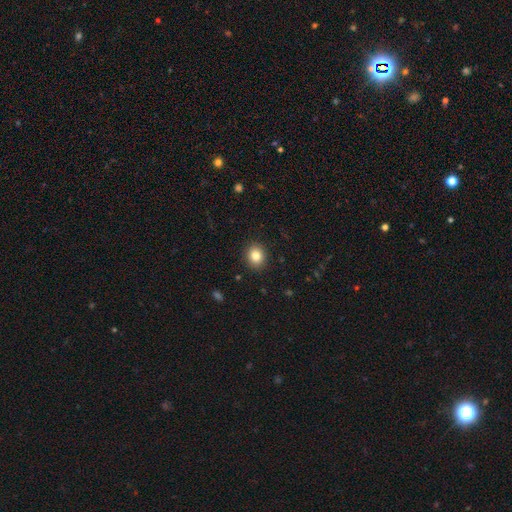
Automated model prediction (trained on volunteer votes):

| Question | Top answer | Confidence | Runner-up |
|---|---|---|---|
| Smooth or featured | smooth | 83% | star or artifact (10%) |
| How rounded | round | 71% | in between (28%) |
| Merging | none | 91% | minor disturbance (6%) |